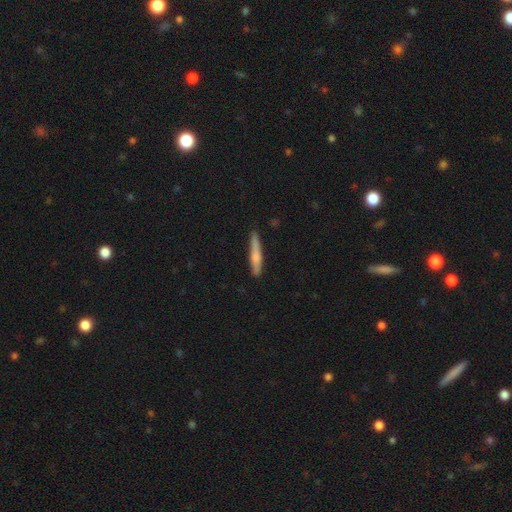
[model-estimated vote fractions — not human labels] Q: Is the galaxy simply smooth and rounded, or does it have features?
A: smooth — 61%.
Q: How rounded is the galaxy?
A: cigar-shaped — 93%.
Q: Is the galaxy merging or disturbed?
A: none — 83%.